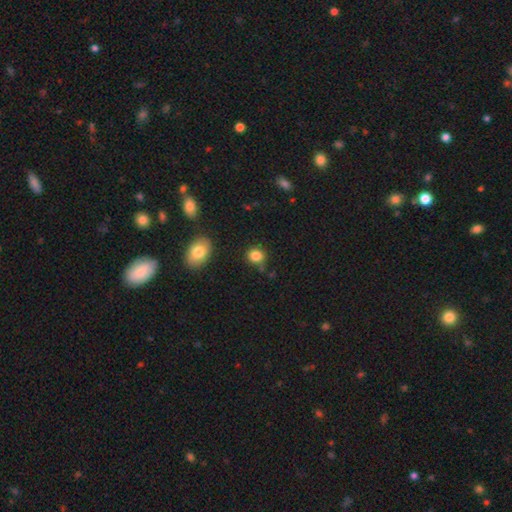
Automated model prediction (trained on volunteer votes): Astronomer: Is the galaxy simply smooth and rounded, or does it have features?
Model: smooth — 85%.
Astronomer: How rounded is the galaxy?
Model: round — 77%.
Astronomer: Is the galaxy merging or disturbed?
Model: none — 82%.